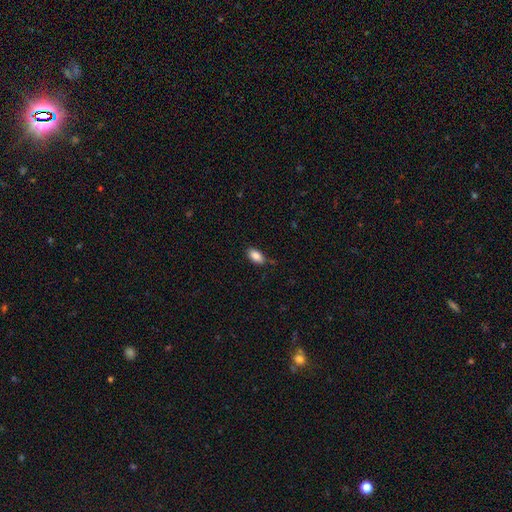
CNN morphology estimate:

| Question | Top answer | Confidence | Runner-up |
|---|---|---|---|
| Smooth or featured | smooth | 86% | star or artifact (7%) |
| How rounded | in between | 91% | cigar-shaped (6%) |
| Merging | none | 76% | minor disturbance (20%) |